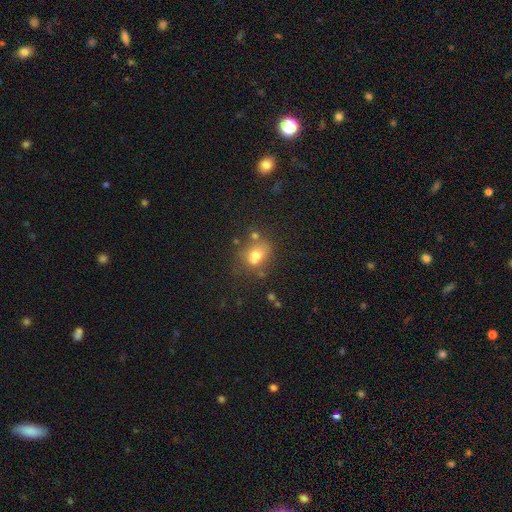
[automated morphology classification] Smooth or featured? Predicted: smooth (p=0.66). How rounded? Predicted: in between (p=0.54). Merging? Predicted: none (p=0.51).